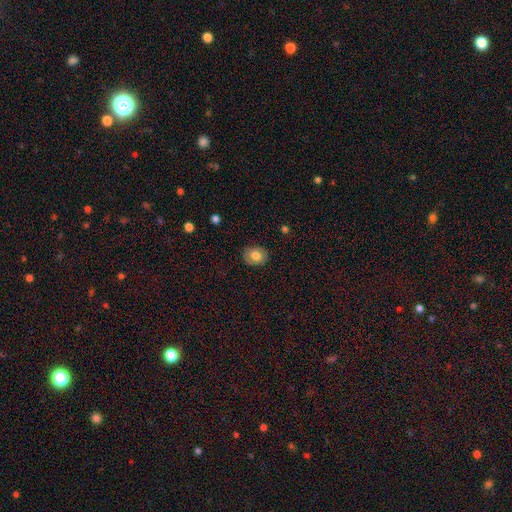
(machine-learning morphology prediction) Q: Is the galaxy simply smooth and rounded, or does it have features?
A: smooth — 74%.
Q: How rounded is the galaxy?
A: round — 54%.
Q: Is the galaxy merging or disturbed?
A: none — 86%.